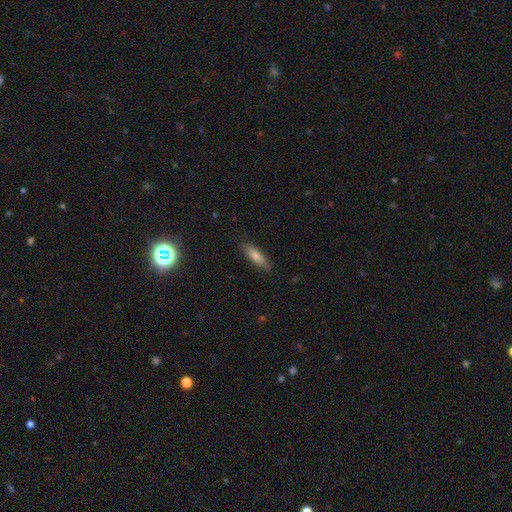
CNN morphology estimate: smooth-or-featured: smooth: 72% | featured or disk: 19% | star or artifact: 9%
  how-rounded: cigar-shaped: 61% | in between: 37% | round: 2%
  merging: none: 85% | minor disturbance: 12% | major disturbance: 2% | merger: 1%